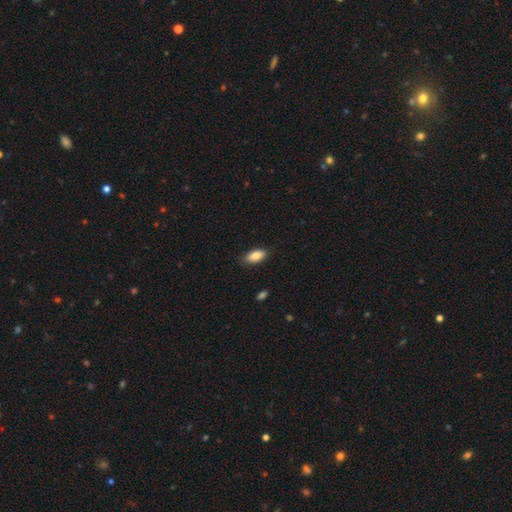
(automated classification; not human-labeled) Smooth or featured? smooth (85%)
How rounded? in between (88%)
Merging? none (85%)